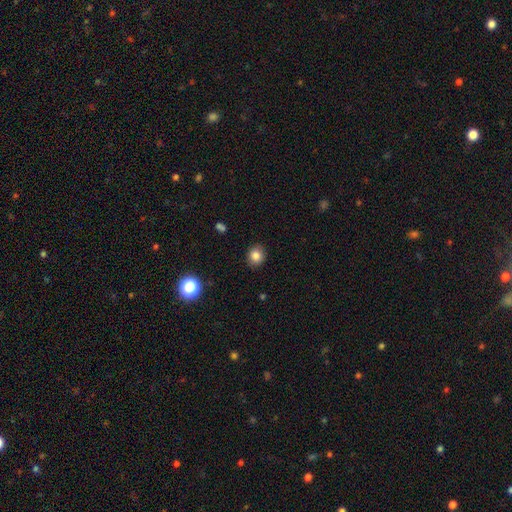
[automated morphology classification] A smooth galaxy with no disk features (83%) that is round (76%).

Vote fractions:
- Smooth or featured? smooth: 83% / star or artifact: 11% / featured or disk: 6%
- How rounded? round: 76% / in between: 23% / cigar-shaped: 1%
- Merging? none: 89% / minor disturbance: 8% / major disturbance: 2% / merger: 1%